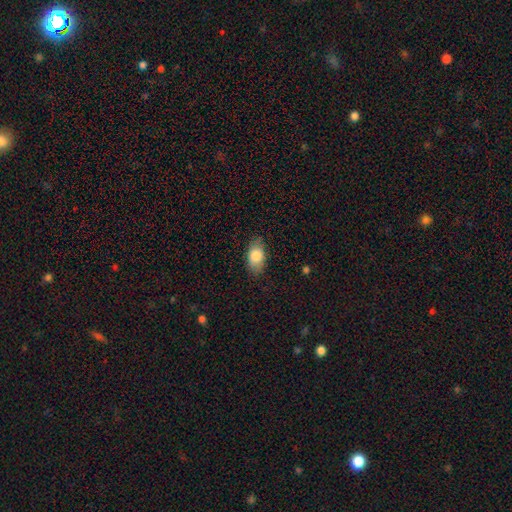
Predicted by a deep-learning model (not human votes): The model was most divided on "merging": none: 79%, minor disturbance: 17%, major disturbance: 4%, merger: 1%. More confident: how rounded — in between (90%); smooth or featured — smooth (83%).